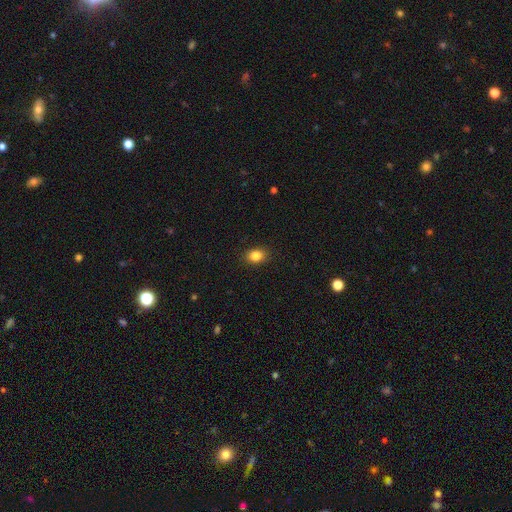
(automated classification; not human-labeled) smooth-or-featured: smooth: 86% | star or artifact: 10% | featured or disk: 5%
  how-rounded: in between: 63% | round: 35% | cigar-shaped: 1%
  merging: none: 88% | minor disturbance: 8% | major disturbance: 2% | merger: 1%